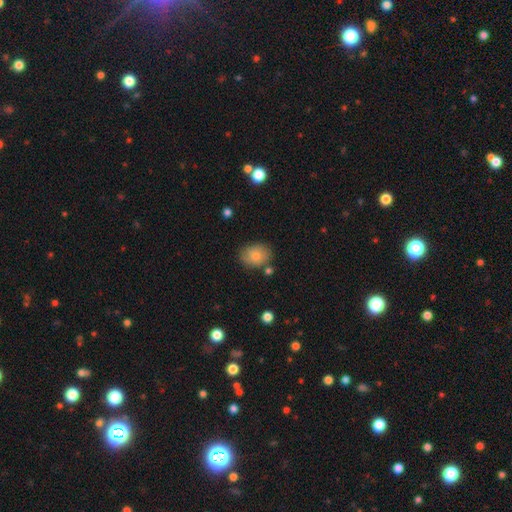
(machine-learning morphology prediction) smooth 79%, featured or disk 13%, star or artifact 8%. Down the decision tree: how rounded — in between (60%); merging — none (72%).